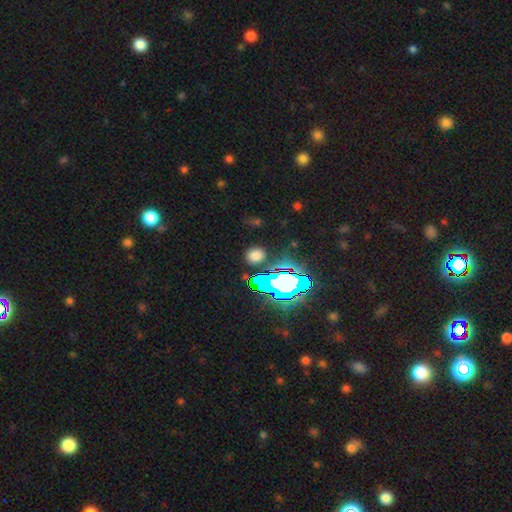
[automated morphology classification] smooth 64%, star or artifact 28%, featured or disk 8%. Down the decision tree: how rounded — round (68%); merging — none (84%).